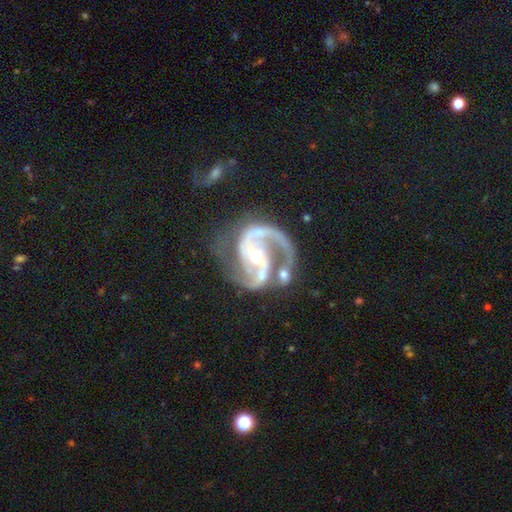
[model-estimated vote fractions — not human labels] Morphology: type=featured or disk (93%); edge-on=no (98%); bar=strong (36%); spiral arms=yes (98%); winding=medium (62%); arm count=2 (90%); bulge=small (61%); merging=none (53%).